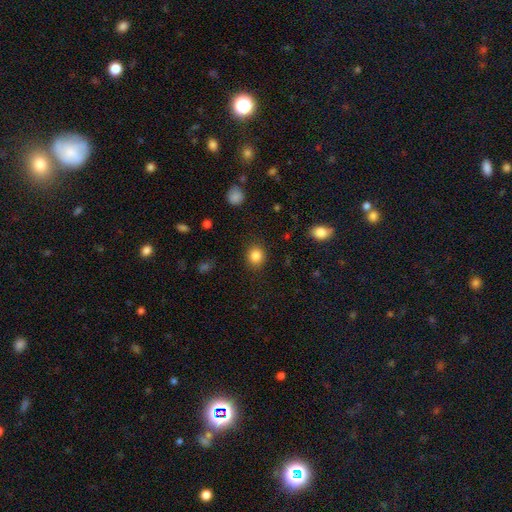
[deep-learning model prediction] A smooth galaxy with no disk features (85%) that is round (79%).

Vote fractions:
- Smooth or featured? smooth: 85% / star or artifact: 10% / featured or disk: 5%
- How rounded? round: 79% / in between: 20% / cigar-shaped: 1%
- Merging? none: 87% / minor disturbance: 8% / major disturbance: 3% / merger: 1%